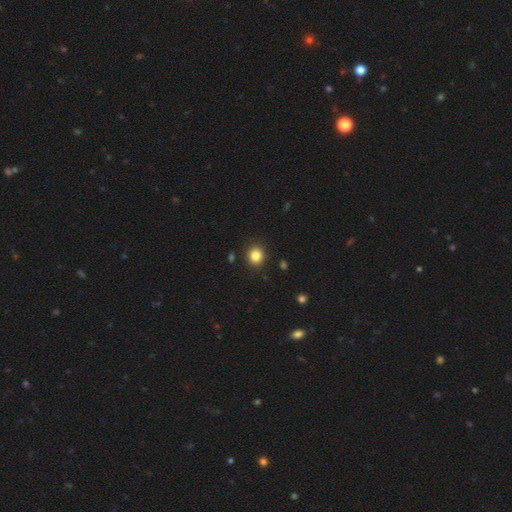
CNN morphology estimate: Overall: smooth (85%). How rounded: round (80%). Merging: none (90%).